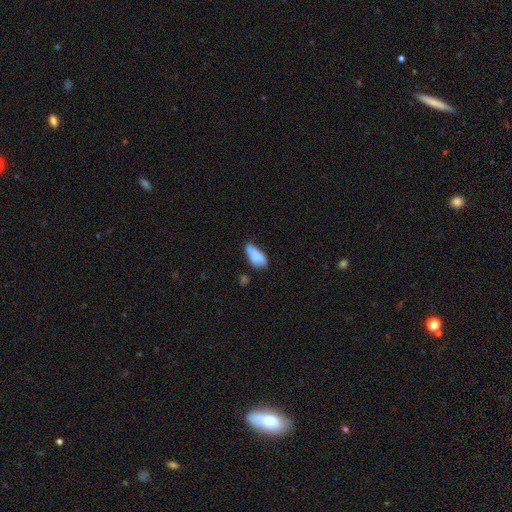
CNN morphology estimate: This is likely a smooth galaxy (76%). How rounded: clearly in between (89%). Merging: marginally none (40%).